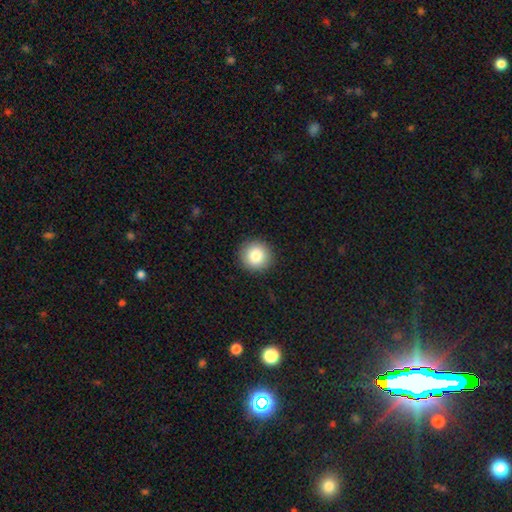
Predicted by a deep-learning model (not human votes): This appears to be a smooth galaxy with no disk features (84%) that is round (93%). Merging: none (92%).